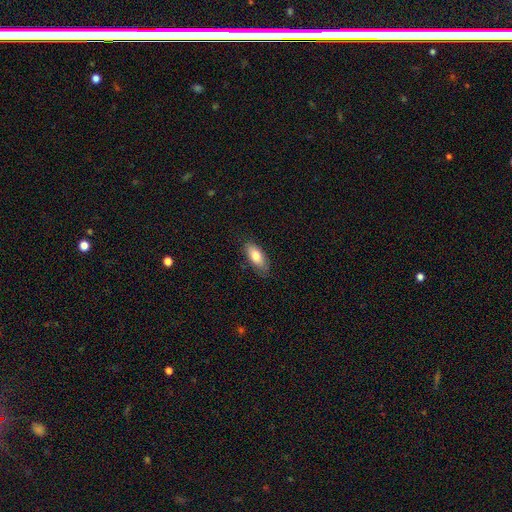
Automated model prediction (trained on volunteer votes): The model was most divided on "merging": none: 77%, minor disturbance: 18%, major disturbance: 4%, merger: 1%. More confident: how rounded — in between (82%); smooth or featured — smooth (77%).